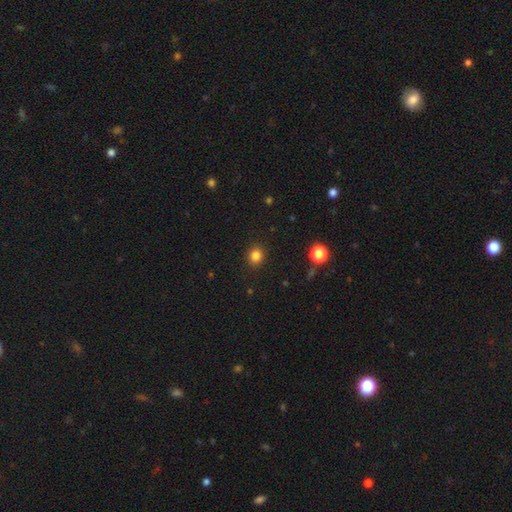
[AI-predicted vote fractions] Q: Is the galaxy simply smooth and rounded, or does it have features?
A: smooth — 83%.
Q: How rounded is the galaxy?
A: round — 78%.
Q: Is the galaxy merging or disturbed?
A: none — 91%.